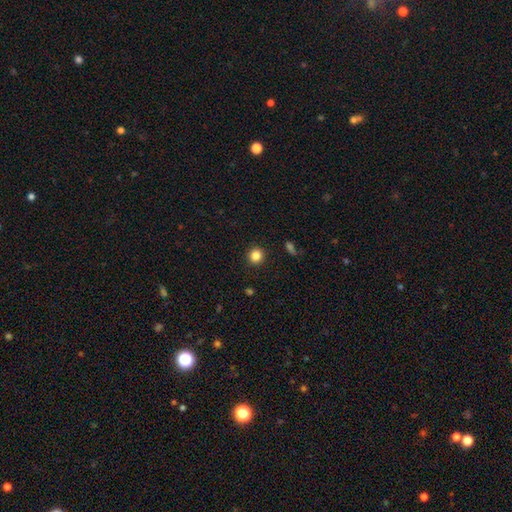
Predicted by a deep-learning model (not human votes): Smooth or featured? smooth (85%)
How rounded? round (92%)
Merging? none (92%)